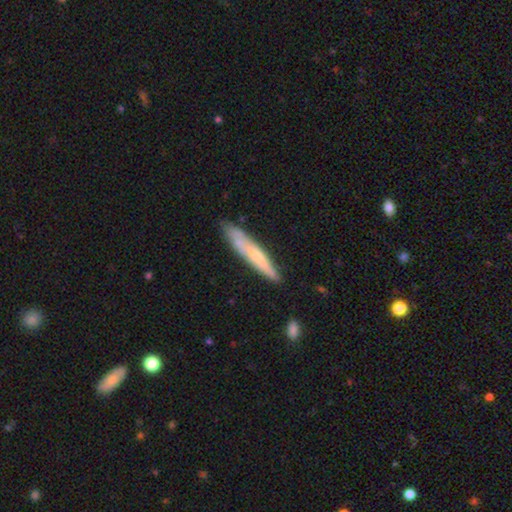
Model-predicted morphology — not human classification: smooth-or-featured: smooth: 54% | featured or disk: 40% | star or artifact: 6%
  how-rounded: cigar-shaped: 92% | in between: 7% | round: 1%
  merging: none: 73% | minor disturbance: 19% | merger: 4% | major disturbance: 4%